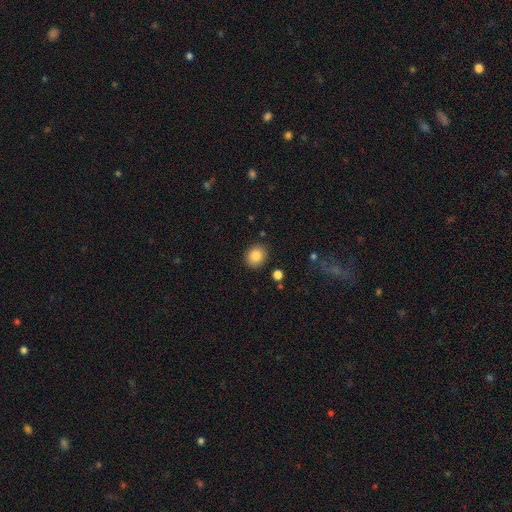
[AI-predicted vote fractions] smooth_or_featured: smooth (p=0.85) [alt: star or artifact p=0.09]
how_rounded: round (p=0.67) [alt: in between p=0.32]
merging: none (p=0.87) [alt: minor disturbance p=0.08]